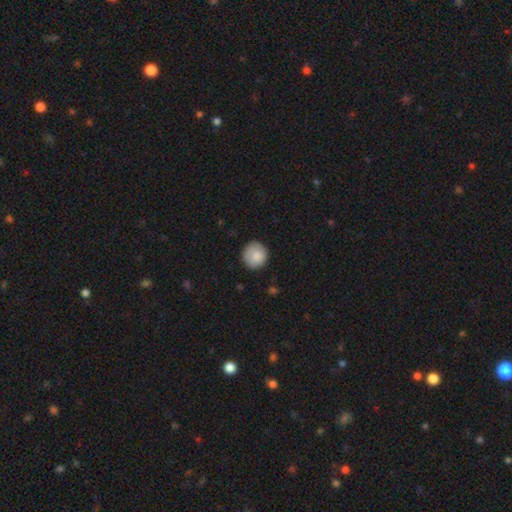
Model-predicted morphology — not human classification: Q: Smooth or featured?
A: smooth (85%); runner-up: featured or disk (8%)
Q: How rounded?
A: round (90%); runner-up: in between (9%)
Q: Merging?
A: none (82%); runner-up: minor disturbance (14%)